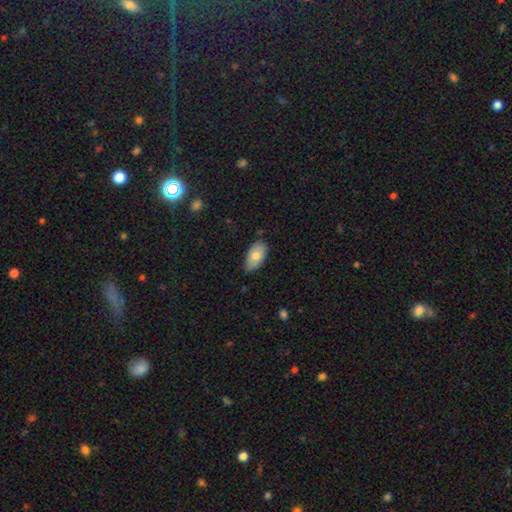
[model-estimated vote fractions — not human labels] Smooth or featured?
  - smooth: 76% *
  - featured or disk: 18%
  - star or artifact: 7%
How rounded?
  - in between: 93% *
  - round: 4%
  - cigar-shaped: 3%
Merging?
  - none: 74% *
  - minor disturbance: 22%
  - major disturbance: 3%
  - merger: 2%